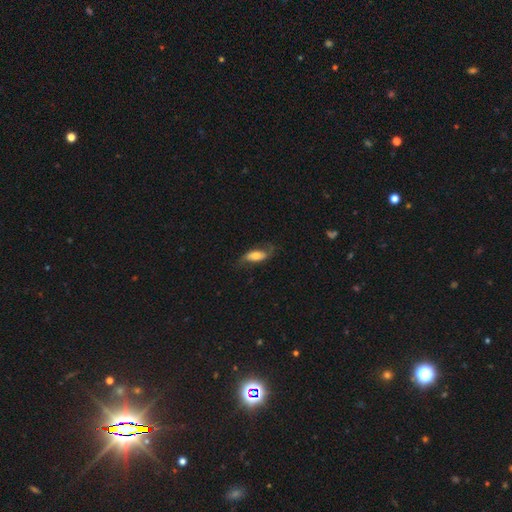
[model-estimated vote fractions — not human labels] Overall: smooth (54%; featured or disk 39%). How rounded: in between (76%). Merging: none (60%; minor disturbance 25%).